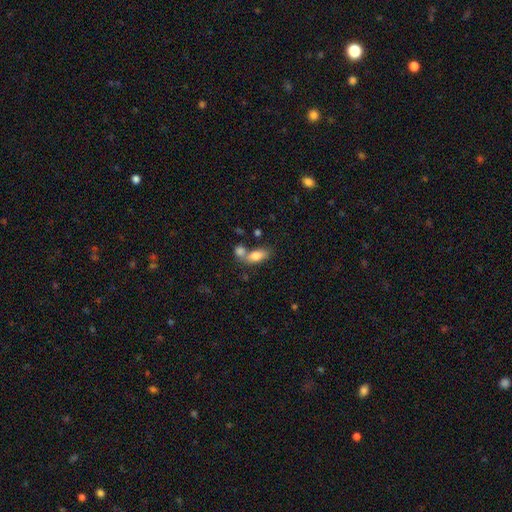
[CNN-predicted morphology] smooth-or-featured: smooth: 79% | featured or disk: 13% | star or artifact: 8%
  how-rounded: in between: 83% | cigar-shaped: 9% | round: 7%
  merging: merger: 46% | none: 38% | minor disturbance: 11% | major disturbance: 5%